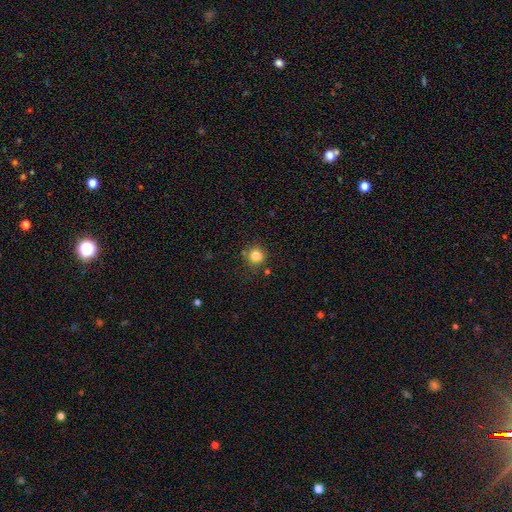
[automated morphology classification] type=smooth (83%); roundness=round (88%); merging=none (78%).